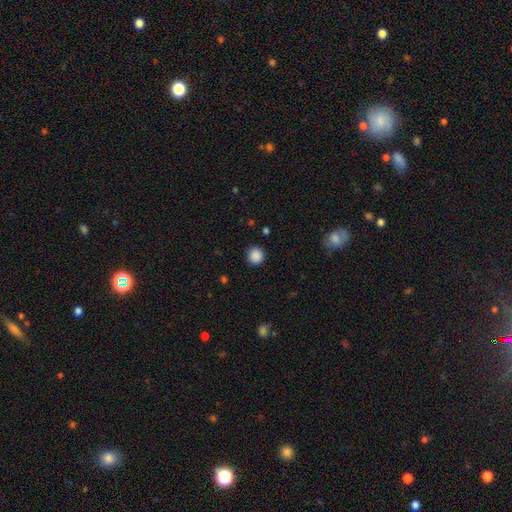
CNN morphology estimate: This is clearly a smooth galaxy (88%). How rounded: clearly round (90%). Merging: clearly none (90%).